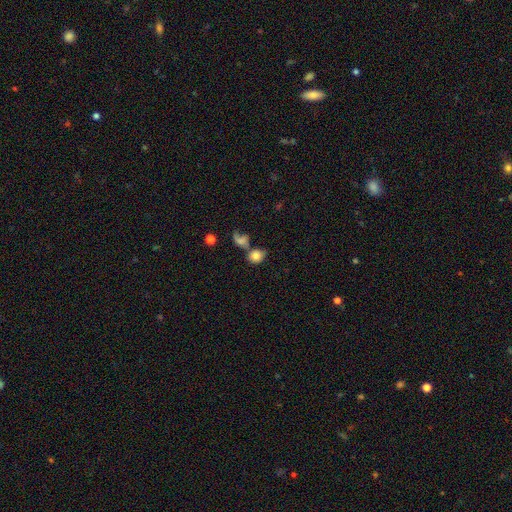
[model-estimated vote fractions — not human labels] Smooth or featured: smooth — 78% (featured or disk — 12%)
How rounded: round — 63% (in between — 36%)
Merging: none — 44% (merger — 34%)